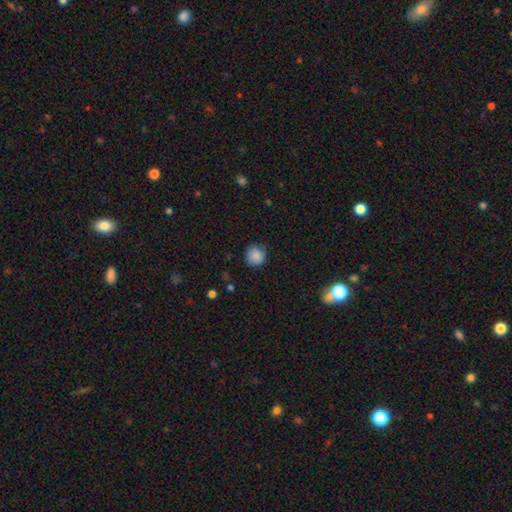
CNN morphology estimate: type=smooth (87%); roundness=round (91%); merging=none (81%).